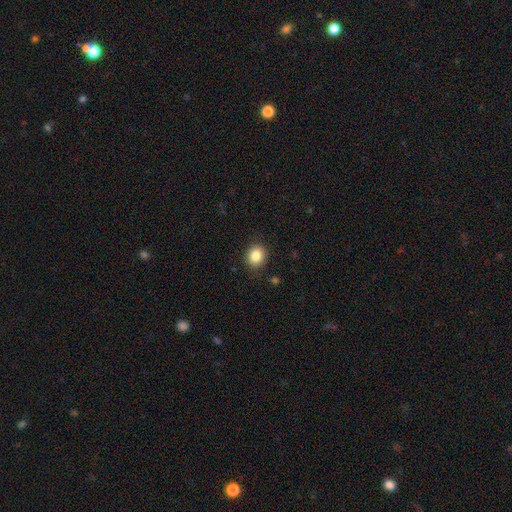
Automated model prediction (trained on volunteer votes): Smooth or featured: smooth — 85% (star or artifact — 10%)
How rounded: round — 71% (in between — 28%)
Merging: none — 88% (minor disturbance — 9%)